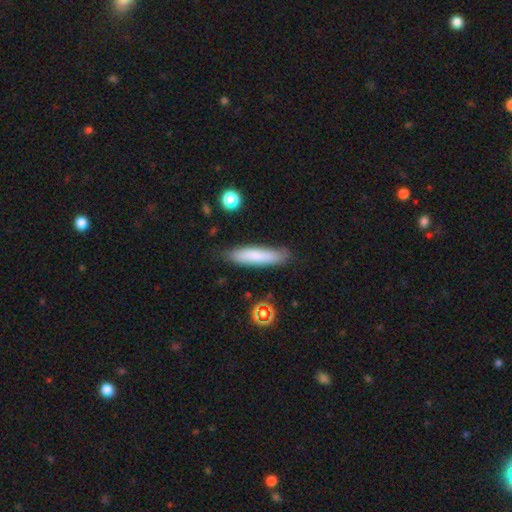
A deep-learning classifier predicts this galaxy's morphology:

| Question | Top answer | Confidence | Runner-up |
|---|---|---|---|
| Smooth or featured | smooth | 77% | featured or disk (16%) |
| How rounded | cigar-shaped | 79% | in between (20%) |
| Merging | none | 81% | minor disturbance (14%) |